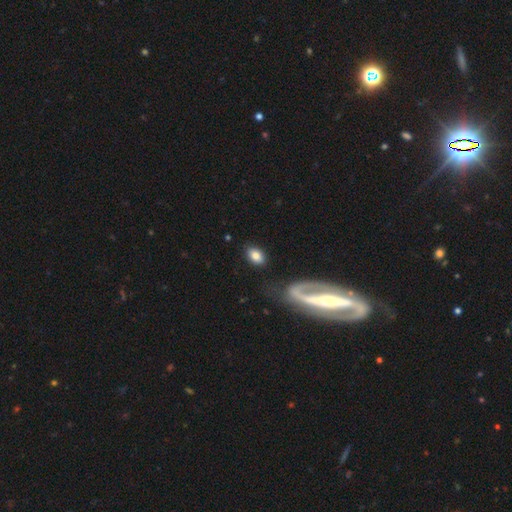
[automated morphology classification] Smooth or featured?
  - smooth: 78% *
  - featured or disk: 14%
  - star or artifact: 7%
How rounded?
  - in between: 86% *
  - round: 12%
  - cigar-shaped: 2%
Merging?
  - none: 81% *
  - minor disturbance: 11%
  - major disturbance: 5%
  - merger: 3%